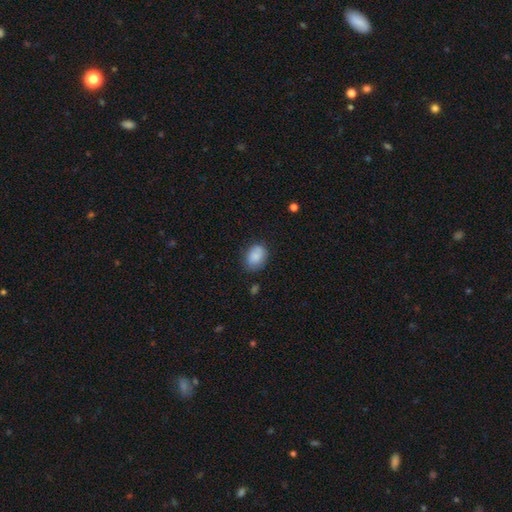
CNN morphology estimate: smooth_or_featured: smooth (p=0.85) [alt: featured or disk p=0.08]
how_rounded: in between (p=0.69) [alt: round p=0.30]
merging: none (p=0.72) [alt: minor disturbance p=0.21]